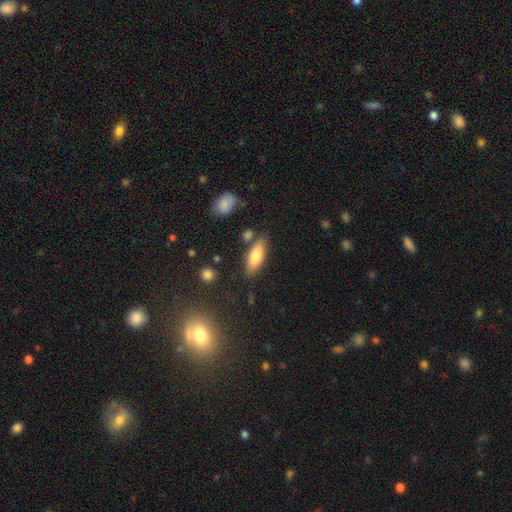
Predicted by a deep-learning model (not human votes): A smooth galaxy with no disk features (75%) that is in between round and cigar-shaped (65%).

Vote fractions:
- Smooth or featured? smooth: 75% / featured or disk: 18% / star or artifact: 7%
- How rounded? in between: 65% / cigar-shaped: 33% / round: 2%
- Merging? none: 76% / minor disturbance: 13% / merger: 7% / major disturbance: 3%